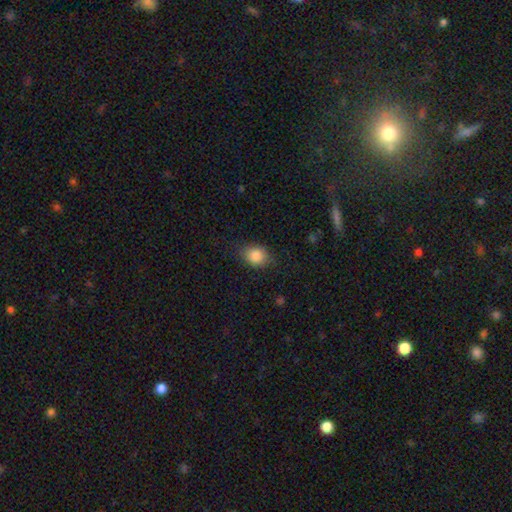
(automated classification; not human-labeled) The model was most divided on "how rounded": in between: 56%, round: 42%, cigar-shaped: 1%. More confident: smooth or featured — smooth (85%); merging — none (77%).